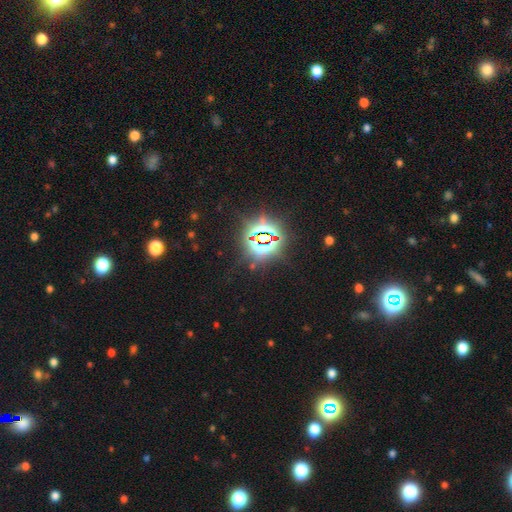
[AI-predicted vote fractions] Morphology: type=star or artifact (81%).